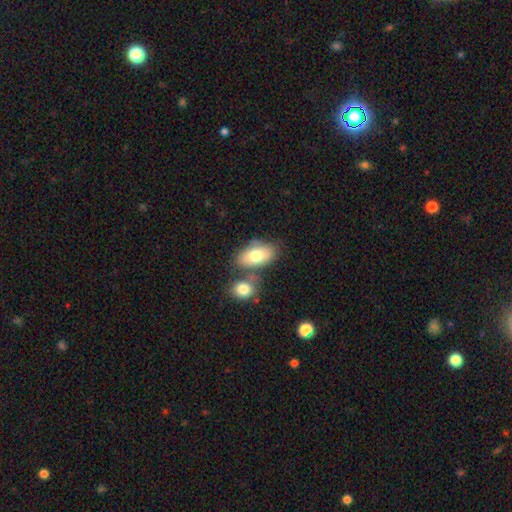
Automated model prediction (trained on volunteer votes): Smooth or featured? Predicted: smooth (p=0.74). How rounded? Predicted: in between (p=0.91). Merging? Predicted: none (p=0.53).